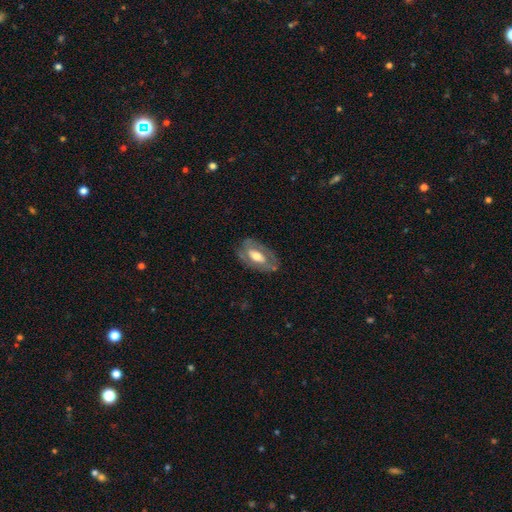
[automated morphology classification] A featured or disk galaxy (61%) with no bar (52%), no spiral arms (55%) and a moderate central bulge (61%).

Vote fractions:
- Smooth or featured? featured or disk: 61% / smooth: 34% / star or artifact: 6%
- Edge-on disk? no: 89% / yes: 11%
- Bar? no: 52% / weak: 31% / strong: 18%
- Spiral arms? no: 55% / yes: 45%
- Bulge size? moderate: 61% / large: 25% / small: 12% / dominant: 2% / none: 1%
- Merging? none: 72% / minor disturbance: 19% / major disturbance: 7% / merger: 2%